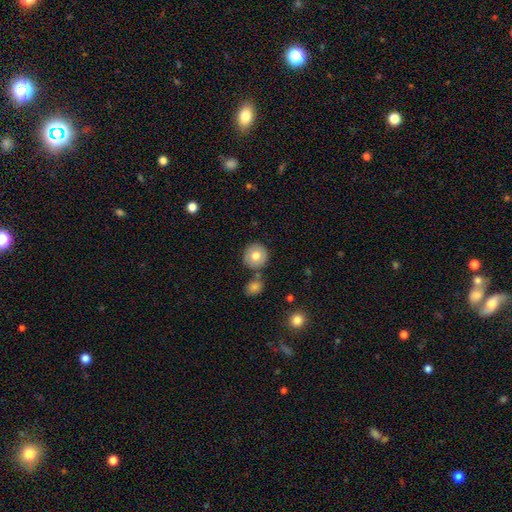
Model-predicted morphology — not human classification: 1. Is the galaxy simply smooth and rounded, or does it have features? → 76% smooth, 16% featured or disk, 8% star or artifact.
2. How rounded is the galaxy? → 92% round, 7% in between, 1% cigar-shaped.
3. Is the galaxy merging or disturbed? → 77% none, 10% merger, 10% minor disturbance, 3% major disturbance.